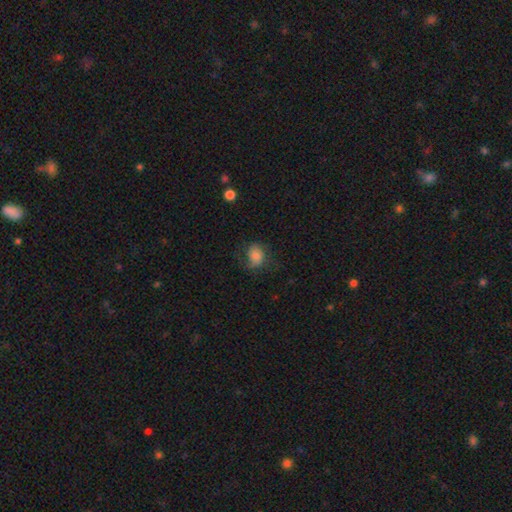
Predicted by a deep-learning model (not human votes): Q: Smooth or featured?
A: smooth (67%); runner-up: featured or disk (23%)
Q: How rounded?
A: round (53%); runner-up: in between (46%)
Q: Merging?
A: none (55%); runner-up: minor disturbance (25%)